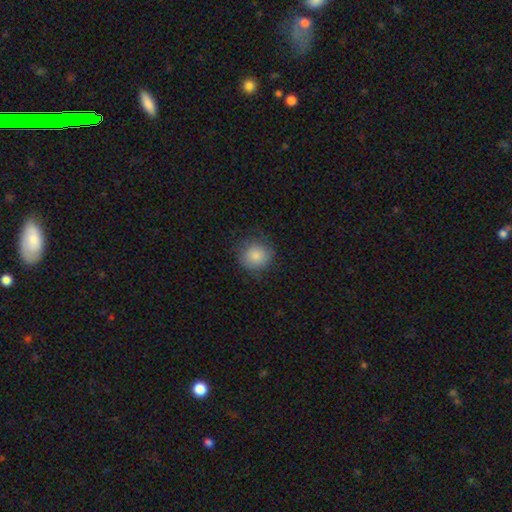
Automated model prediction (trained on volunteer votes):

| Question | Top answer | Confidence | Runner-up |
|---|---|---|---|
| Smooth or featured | smooth | 85% | star or artifact (8%) |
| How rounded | round | 88% | in between (11%) |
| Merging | none | 80% | minor disturbance (14%) |